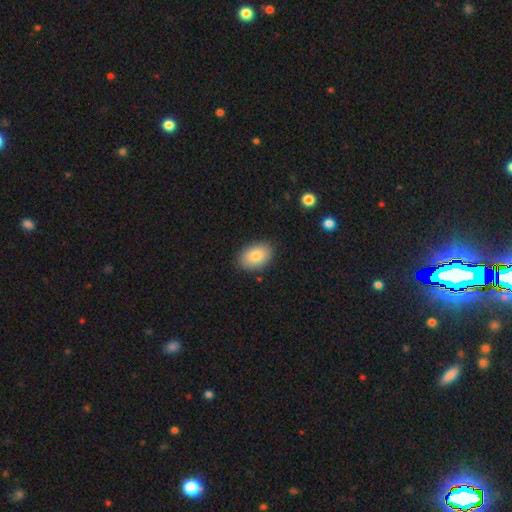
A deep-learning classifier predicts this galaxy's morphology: A smooth galaxy with no disk features (84%) that is in between round and cigar-shaped (87%). Merging: none (88%).